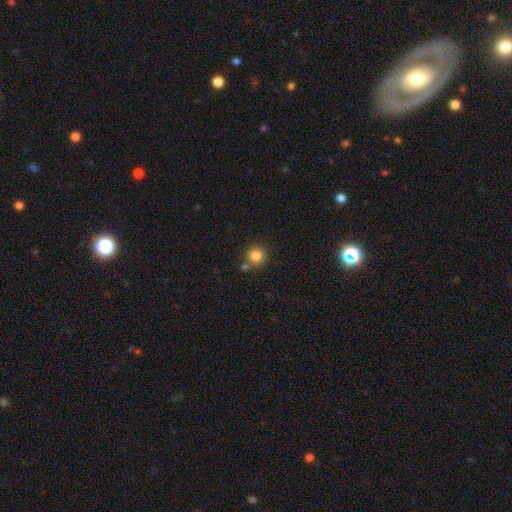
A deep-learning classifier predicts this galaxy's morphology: Smooth or featured?
  - smooth: 83% *
  - star or artifact: 11%
  - featured or disk: 6%
How rounded?
  - round: 92% *
  - in between: 7%
  - cigar-shaped: 1%
Merging?
  - none: 72% *
  - merger: 16%
  - minor disturbance: 9%
  - major disturbance: 3%